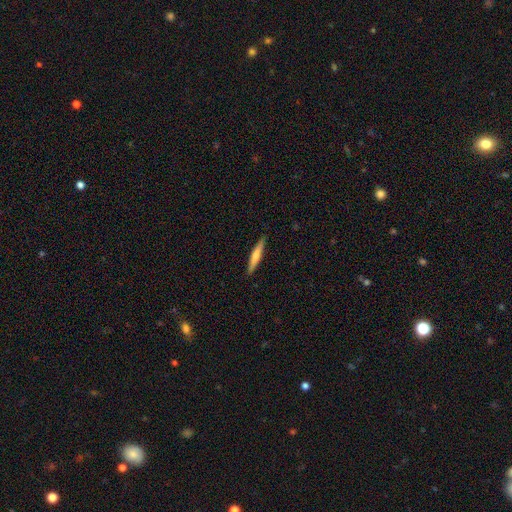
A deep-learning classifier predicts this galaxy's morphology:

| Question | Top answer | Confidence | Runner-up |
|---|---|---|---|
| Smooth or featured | smooth | 53% | featured or disk (41%) |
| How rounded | cigar-shaped | 92% | in between (6%) |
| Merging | none | 91% | minor disturbance (7%) |